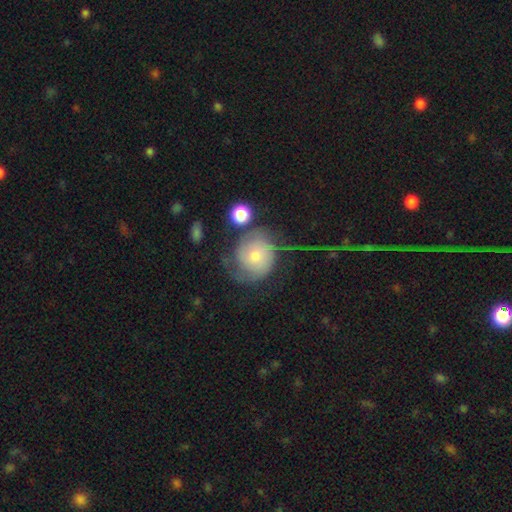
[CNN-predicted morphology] smooth_or_featured: featured or disk (p=0.58) [alt: smooth p=0.32]
disk_edge_on: no (p=0.97) [alt: yes p=0.03]
bar: no (p=0.79) [alt: weak p=0.17]
has_spiral_arms: yes (p=0.85) [alt: no p=0.15]
bulge_size: small (p=0.49) [alt: moderate p=0.44]
merging: none (p=0.53) [alt: minor disturbance p=0.22]